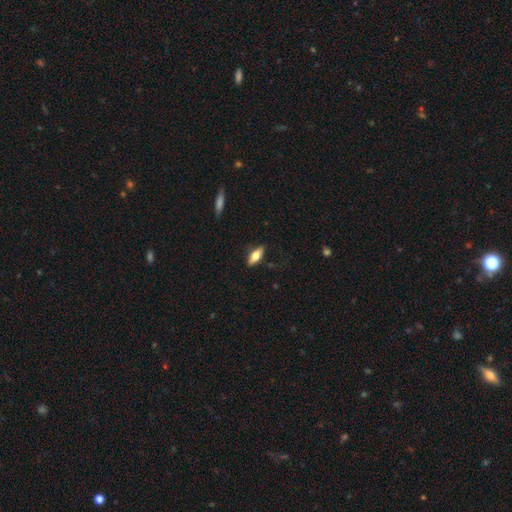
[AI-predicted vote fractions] Smooth or featured: smooth — 58% (featured or disk — 36%)
How rounded: in between — 70% (cigar-shaped — 27%)
Merging: none — 85% (minor disturbance — 11%)